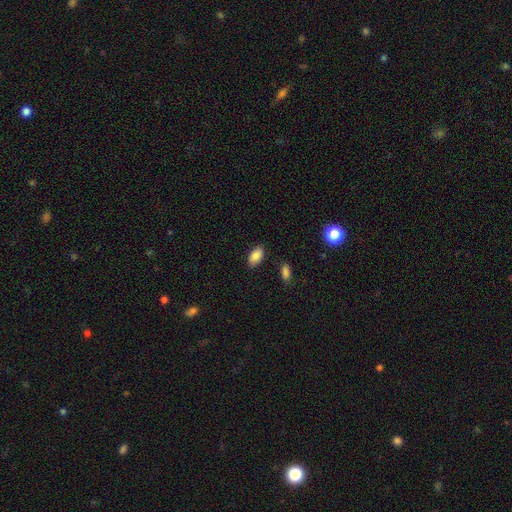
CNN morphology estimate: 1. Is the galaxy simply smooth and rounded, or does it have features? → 84% smooth, 8% featured or disk, 8% star or artifact.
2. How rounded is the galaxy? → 93% in between, 3% cigar-shaped, 3% round.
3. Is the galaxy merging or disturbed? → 84% none, 11% minor disturbance, 2% major disturbance, 2% merger.